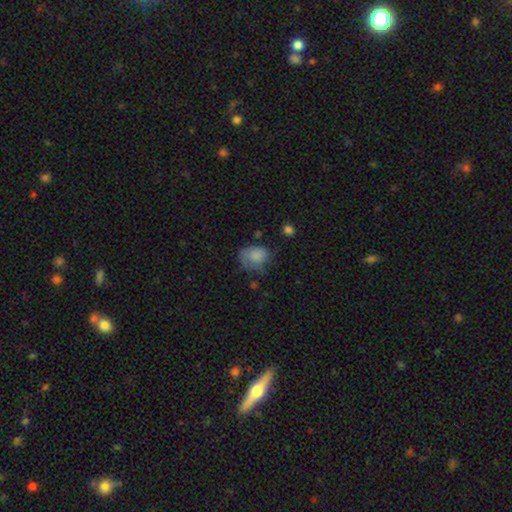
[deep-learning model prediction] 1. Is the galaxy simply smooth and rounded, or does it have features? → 76% smooth, 14% featured or disk, 9% star or artifact.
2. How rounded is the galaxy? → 52% in between, 47% round, 1% cigar-shaped.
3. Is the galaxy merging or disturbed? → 42% none, 34% minor disturbance, 22% major disturbance, 3% merger.